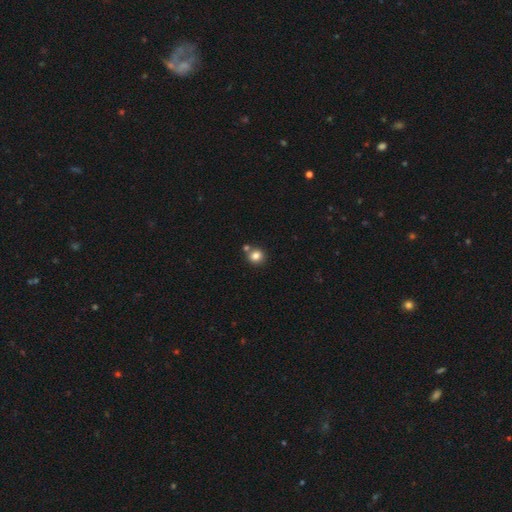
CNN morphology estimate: smooth-or-featured: smooth: 83% | star or artifact: 11% | featured or disk: 7%
  how-rounded: round: 83% | in between: 16% | cigar-shaped: 1%
  merging: none: 69% | merger: 20% | minor disturbance: 9% | major disturbance: 3%